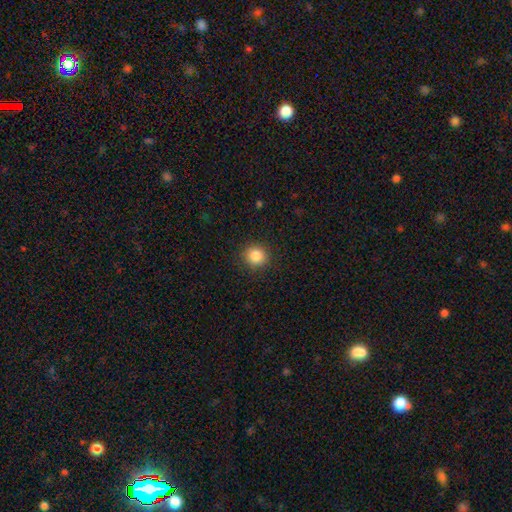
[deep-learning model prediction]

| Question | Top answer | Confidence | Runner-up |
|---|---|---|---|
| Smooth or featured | smooth | 85% | star or artifact (10%) |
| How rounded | round | 92% | in between (7%) |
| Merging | none | 90% | minor disturbance (7%) |